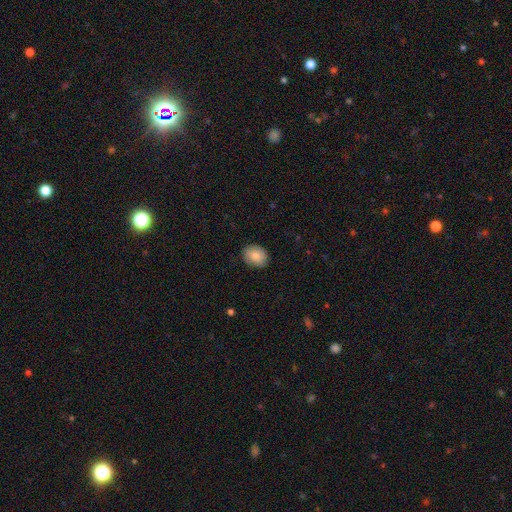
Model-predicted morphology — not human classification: A smooth galaxy with no disk features (78%) that is in between round and cigar-shaped (53%).

Vote fractions:
- Smooth or featured? smooth: 78% / featured or disk: 15% / star or artifact: 7%
- How rounded? in between: 53% / round: 46% / cigar-shaped: 1%
- Merging? none: 84% / minor disturbance: 12% / major disturbance: 3% / merger: 1%